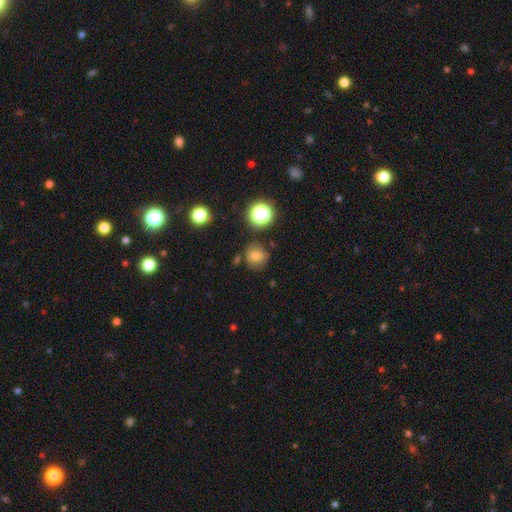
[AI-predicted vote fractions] Overall: smooth (72%). How rounded: round (83%). Merging: none (77%).